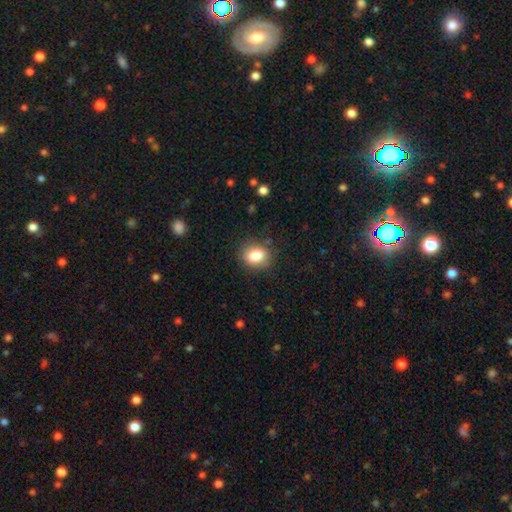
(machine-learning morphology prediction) A smooth galaxy with no disk features (83%) that is in between round and cigar-shaped (53%). Merging: none (83%).